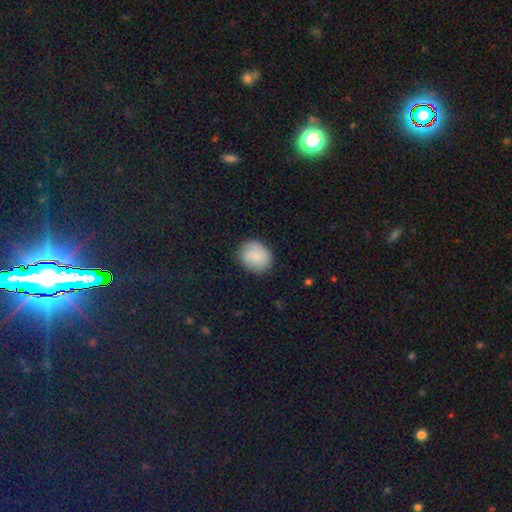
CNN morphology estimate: Smooth or featured? smooth (75%)
How rounded? round (72%)
Merging? none (83%)